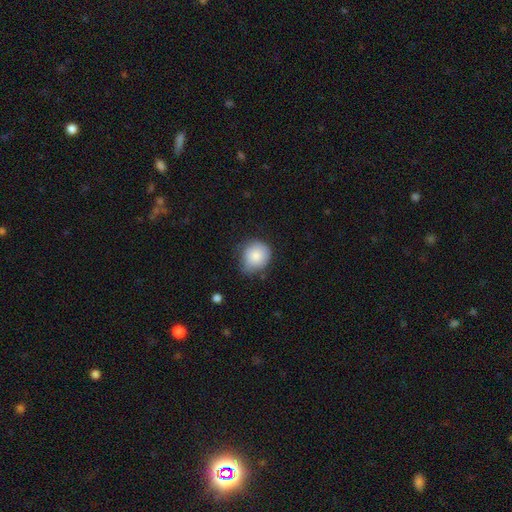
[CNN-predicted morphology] smooth_or_featured: smooth (p=0.84) [alt: featured or disk p=0.08]
how_rounded: round (p=0.78) [alt: in between p=0.21]
merging: none (p=0.57) [alt: minor disturbance p=0.34]